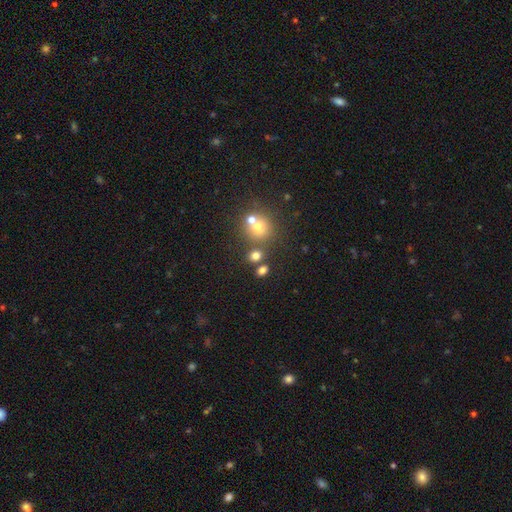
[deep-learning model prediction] Smooth or featured? Predicted: smooth (p=0.71). How rounded? Predicted: round (p=0.55). Merging? Predicted: none (p=0.61).